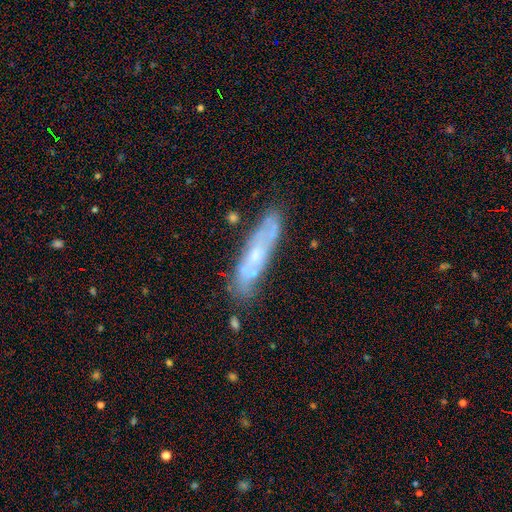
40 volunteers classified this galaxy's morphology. Overall: featured or disk (65%; smooth 30%). Edge-on disk: no (58%; yes 42%). Bar: no (87%). Spiral arms: no (53%; yes 47%). Bulge size: small (53%; moderate 40%). Merging: none (66%; minor disturbance 34%).